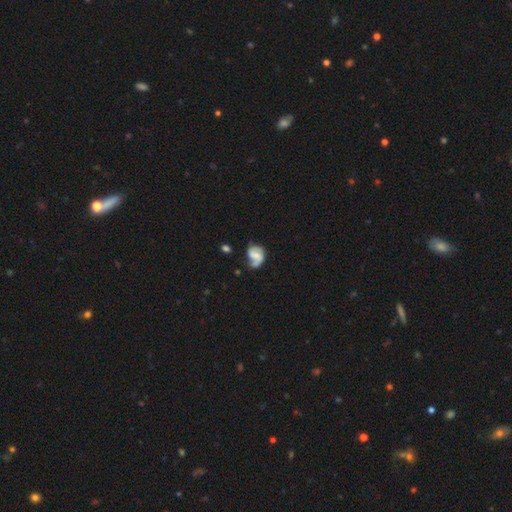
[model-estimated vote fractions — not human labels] Smooth or featured?
  - featured or disk: 65% *
  - smooth: 28%
  - star or artifact: 7%
Edge-on disk?
  - no: 98% *
  - yes: 2%
Bar?
  - weak: 43% *
  - no: 41%
  - strong: 16%
Spiral arms?
  - yes: 88% *
  - no: 12%
Spiral winding?
  - medium: 42% *
  - loose: 36%
  - tight: 22%
Spiral arm count?
  - 2: 67% *
  - 1: 22%
  - can't tell: 7%
  - 3: 2%
  - 4: 1%
  - more than 4: 1%
Bulge size?
  - small: 38% *
  - none: 28%
  - moderate: 27%
  - large: 5%
  - dominant: 2%
Merging?
  - none: 46% *
  - minor disturbance: 28%
  - major disturbance: 20%
  - merger: 6%